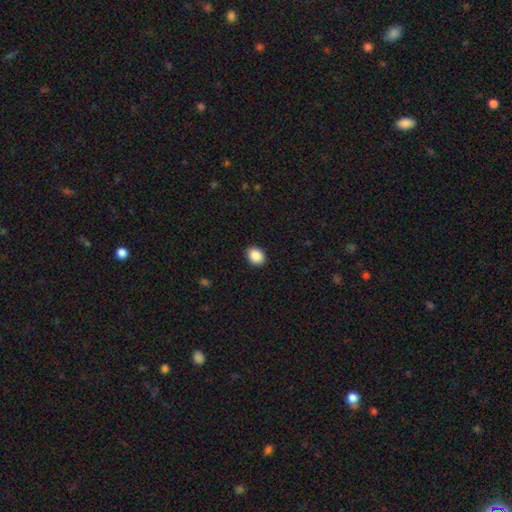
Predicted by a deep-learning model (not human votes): Morphology: type=smooth (89%); roundness=in between (56%); merging=none (91%).